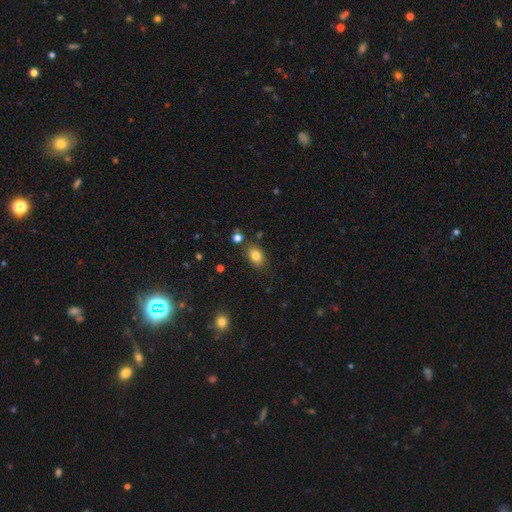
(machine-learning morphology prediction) This appears to be a smooth galaxy with no disk features (82%) that is in between round and cigar-shaped (79%). Merging: none (81%).